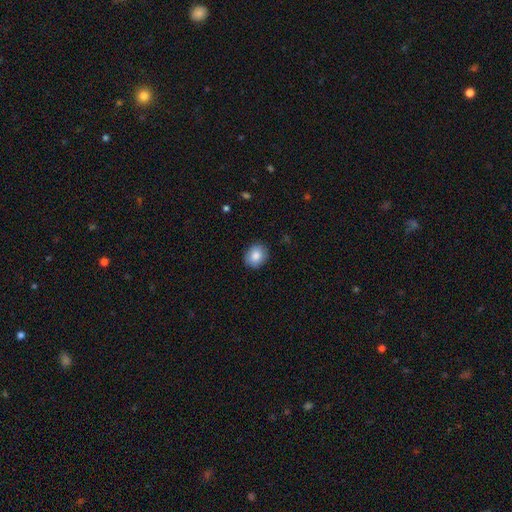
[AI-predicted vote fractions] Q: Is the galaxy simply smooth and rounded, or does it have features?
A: smooth — 85%.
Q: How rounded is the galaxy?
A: round — 63%.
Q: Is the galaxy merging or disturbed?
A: none — 87%.